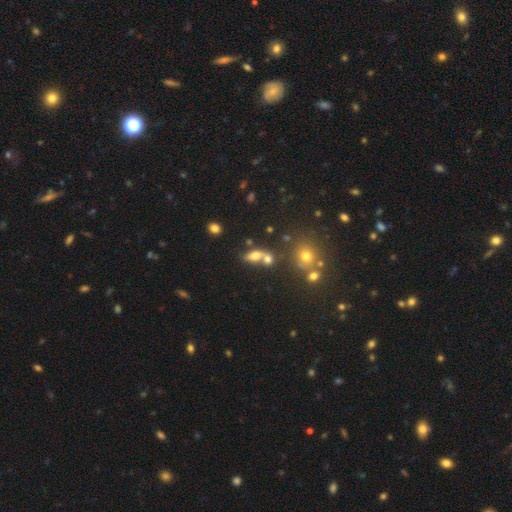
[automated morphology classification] Q: Smooth or featured?
A: smooth (68%); runner-up: featured or disk (19%)
Q: How rounded?
A: in between (74%); runner-up: round (17%)
Q: Merging?
A: merger (46%); runner-up: none (36%)